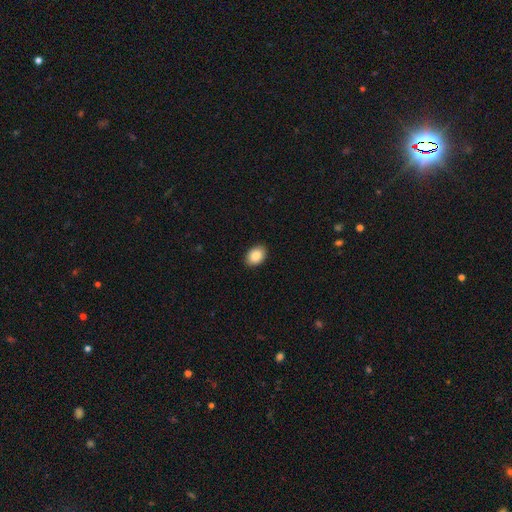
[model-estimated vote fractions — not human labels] The model was most divided on "how rounded": in between: 75%, round: 24%, cigar-shaped: 1%. More confident: merging — none (89%); smooth or featured — smooth (89%).